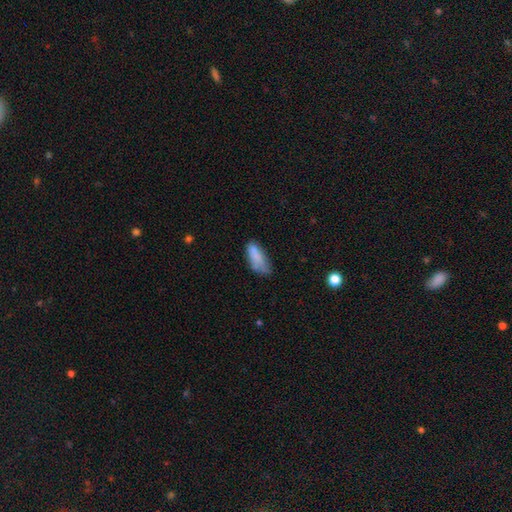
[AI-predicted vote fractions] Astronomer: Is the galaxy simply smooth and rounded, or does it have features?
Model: smooth — 75%.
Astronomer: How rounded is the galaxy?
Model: in between — 77%.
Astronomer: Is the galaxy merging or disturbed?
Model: none — 43% (runner-up: minor disturbance, 34%).